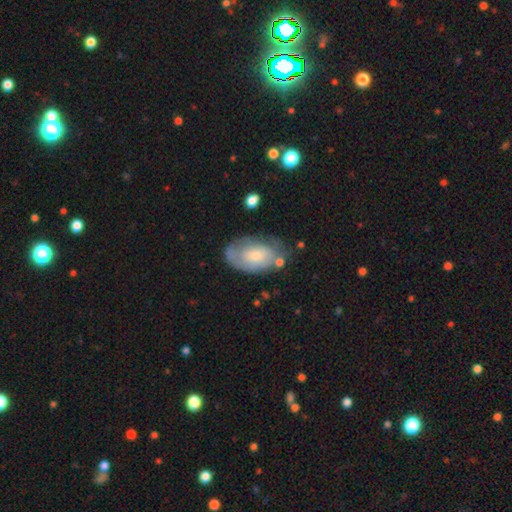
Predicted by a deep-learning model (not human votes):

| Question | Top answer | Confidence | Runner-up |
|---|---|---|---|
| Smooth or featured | smooth | 49% | featured or disk (44%) |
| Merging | none | 56% | minor disturbance (28%) |